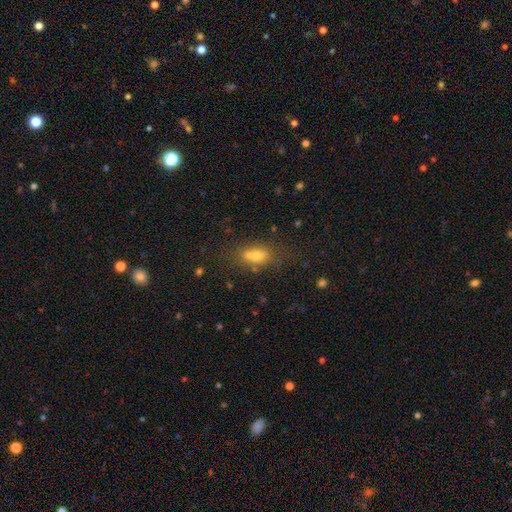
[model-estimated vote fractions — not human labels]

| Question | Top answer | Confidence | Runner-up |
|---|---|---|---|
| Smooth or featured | smooth | 63% | featured or disk (21%) |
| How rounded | in between | 70% | cigar-shaped (16%) |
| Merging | none | 52% | merger (22%) |